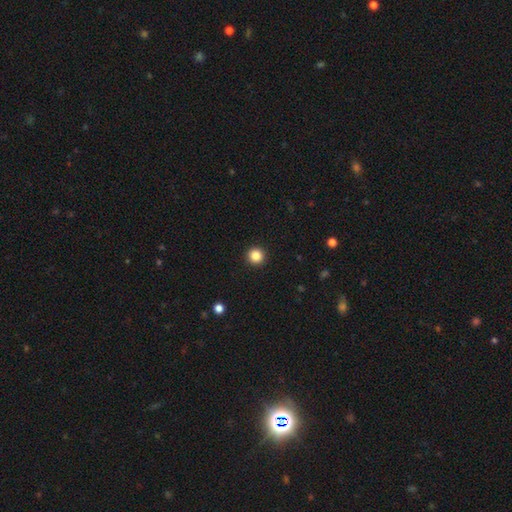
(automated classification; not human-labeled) Smooth or featured? smooth (85%)
How rounded? round (95%)
Merging? none (94%)